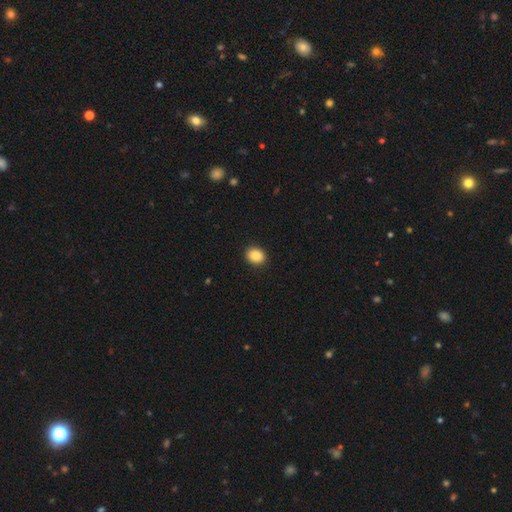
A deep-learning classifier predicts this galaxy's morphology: A smooth galaxy with no disk features (88%) that is round (57%). Merging: none (91%).